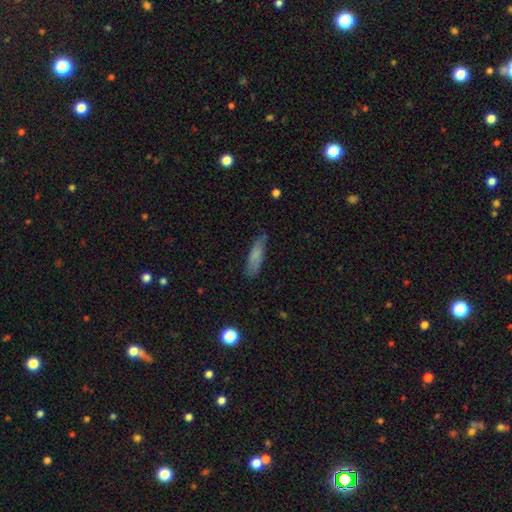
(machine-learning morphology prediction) Smooth or featured?
  - smooth: 76% *
  - featured or disk: 17%
  - star or artifact: 7%
How rounded?
  - cigar-shaped: 65% *
  - in between: 33%
  - round: 2%
Merging?
  - none: 74% *
  - minor disturbance: 20%
  - major disturbance: 4%
  - merger: 1%